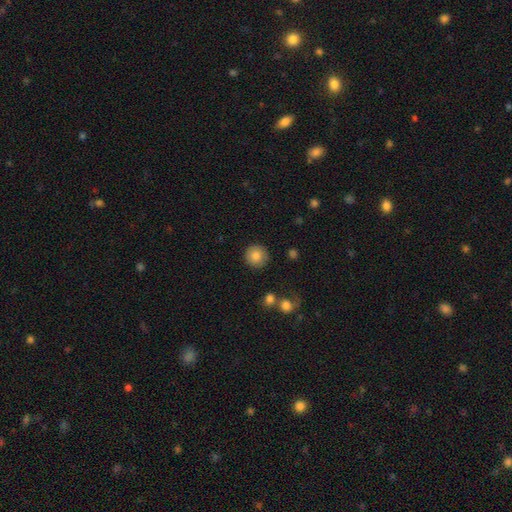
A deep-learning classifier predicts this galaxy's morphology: A smooth galaxy with no disk features (84%) that is round (94%). Merging: none (89%).